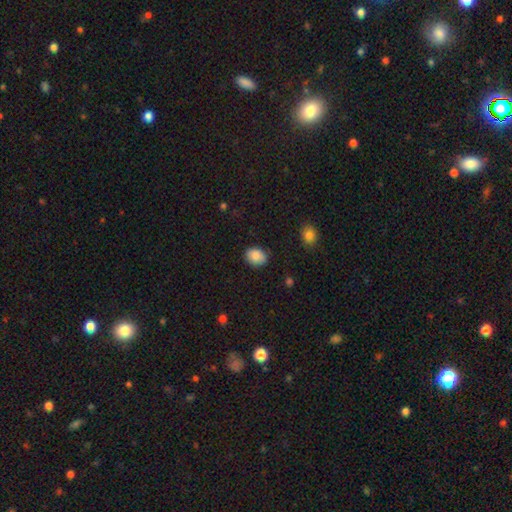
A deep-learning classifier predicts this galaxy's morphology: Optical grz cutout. It shows a smooth galaxy with no disk features (87%) that is in between round and cigar-shaped (59%). Merging: none (84%).